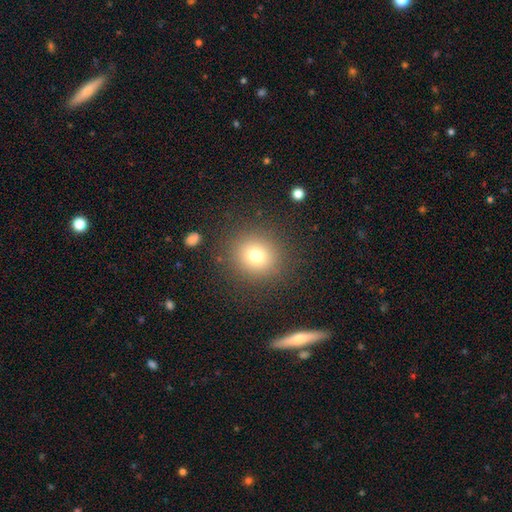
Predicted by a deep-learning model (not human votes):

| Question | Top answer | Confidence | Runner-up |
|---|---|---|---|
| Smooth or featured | smooth | 75% | star or artifact (15%) |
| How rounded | round | 89% | in between (10%) |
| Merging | none | 87% | minor disturbance (7%) |